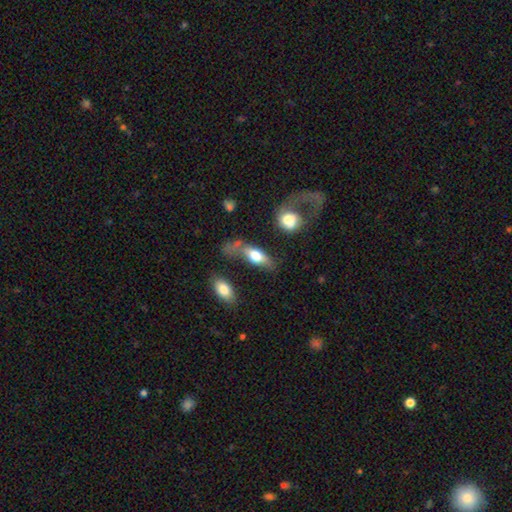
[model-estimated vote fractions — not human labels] smooth-or-featured: smooth: 62% | featured or disk: 31% | star or artifact: 8%
  how-rounded: in between: 73% | cigar-shaped: 21% | round: 6%
  merging: none: 39% | minor disturbance: 22% | major disturbance: 22% | merger: 17%